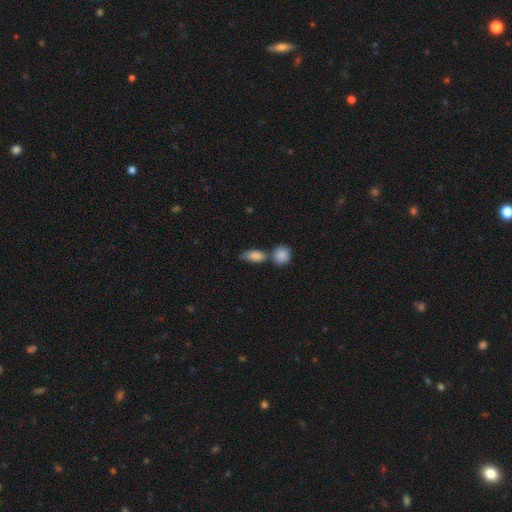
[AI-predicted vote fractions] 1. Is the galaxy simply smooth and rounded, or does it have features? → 80% smooth, 11% star or artifact, 10% featured or disk.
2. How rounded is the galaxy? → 75% in between, 16% round, 8% cigar-shaped.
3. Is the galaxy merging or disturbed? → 49% none, 34% merger, 13% minor disturbance, 5% major disturbance.